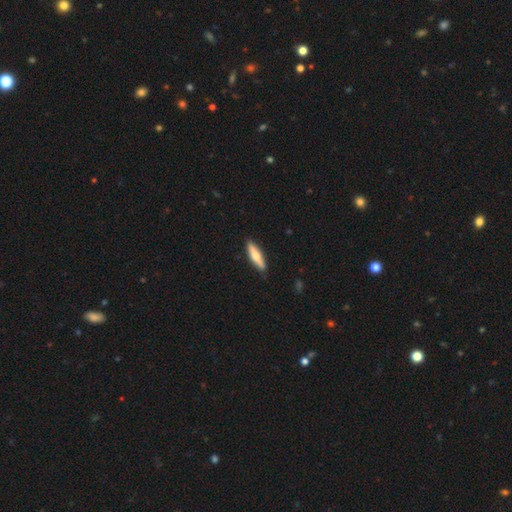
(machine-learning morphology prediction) A smooth galaxy with no disk features (58%) that is cigar-shaped (75%).

Vote fractions:
- Smooth or featured? smooth: 58% / featured or disk: 36% / star or artifact: 5%
- How rounded? cigar-shaped: 75% / in between: 23% / round: 2%
- Merging? none: 89% / minor disturbance: 8% / major disturbance: 2% / merger: 1%